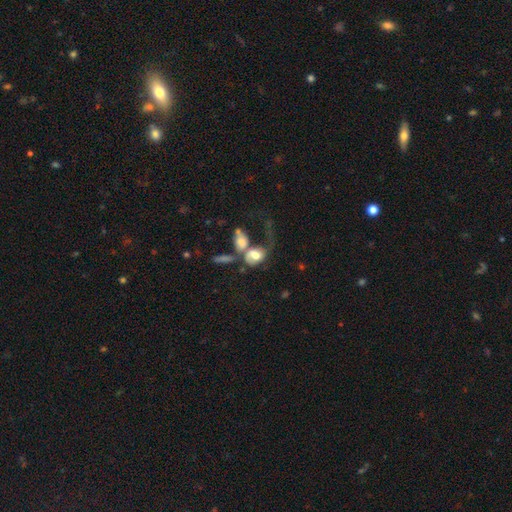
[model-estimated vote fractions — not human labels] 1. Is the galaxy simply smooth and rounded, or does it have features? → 50% smooth, 41% featured or disk, 9% star or artifact.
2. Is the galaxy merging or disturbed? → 59% merger, 22% major disturbance, 12% none, 8% minor disturbance.